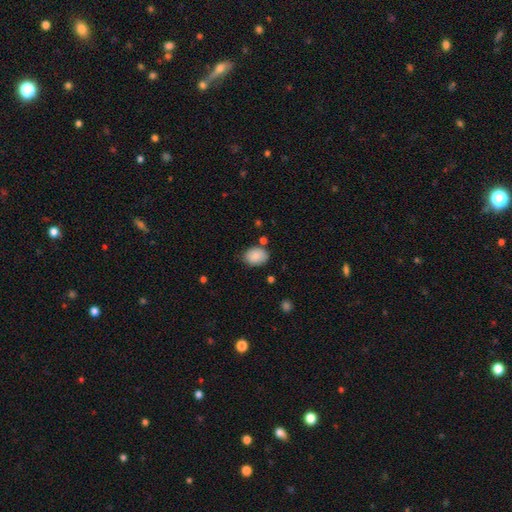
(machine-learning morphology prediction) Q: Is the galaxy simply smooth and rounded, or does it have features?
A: smooth — 86%.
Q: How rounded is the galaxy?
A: in between — 72%.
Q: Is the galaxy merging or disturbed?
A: none — 76%.